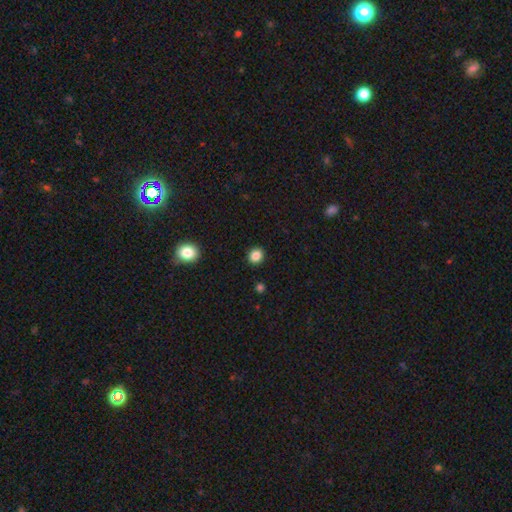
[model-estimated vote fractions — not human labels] The model was most divided on "how rounded": round: 78%, in between: 21%, cigar-shaped: 1%. More confident: merging — none (92%); smooth or featured — smooth (86%).